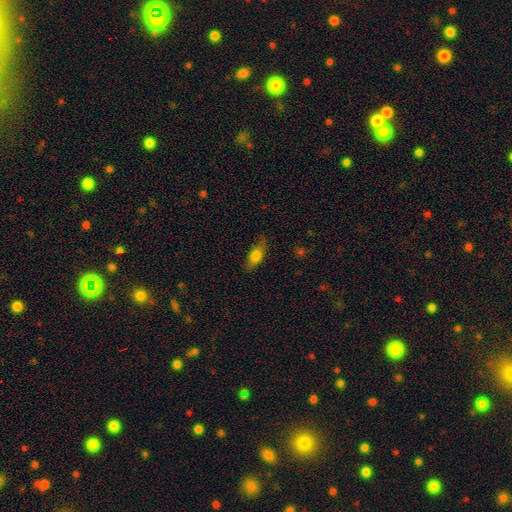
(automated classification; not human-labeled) Smooth or featured?
  - smooth: 73% *
  - featured or disk: 19%
  - star or artifact: 8%
How rounded?
  - in between: 72% *
  - cigar-shaped: 24%
  - round: 5%
Merging?
  - none: 75% *
  - minor disturbance: 19%
  - major disturbance: 5%
  - merger: 1%